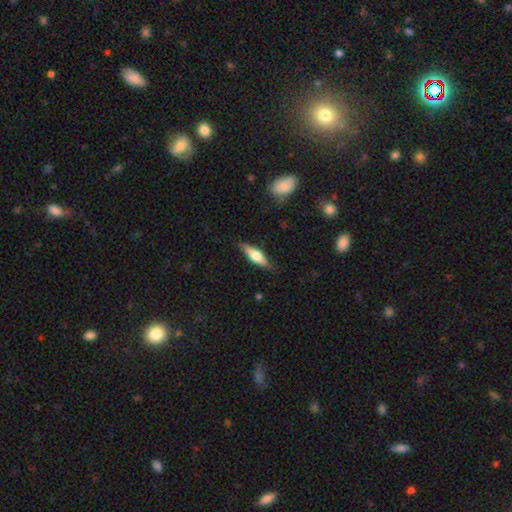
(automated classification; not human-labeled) A smooth galaxy with no disk features (49%). Merging: none (85%).